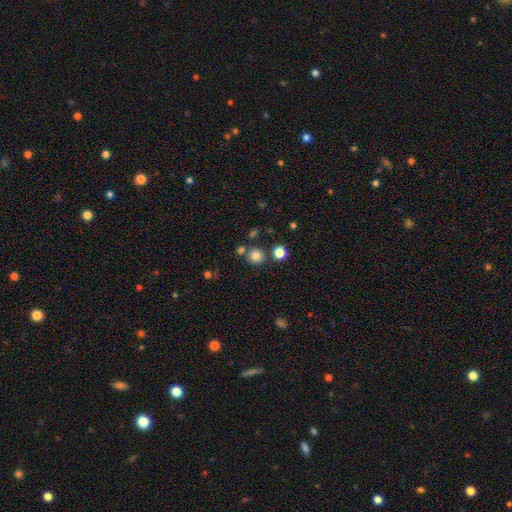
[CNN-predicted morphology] A smooth galaxy with no disk features (80%) that is round (91%). Merging: none (78%).